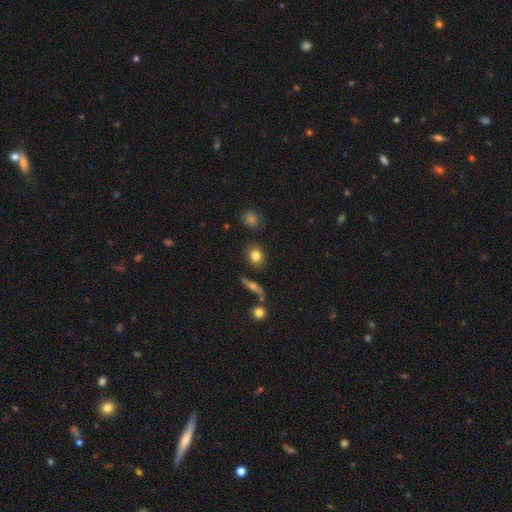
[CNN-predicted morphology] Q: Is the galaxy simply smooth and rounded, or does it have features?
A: smooth — 80%.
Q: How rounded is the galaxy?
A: round — 61%.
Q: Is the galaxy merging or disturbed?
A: none — 83%.